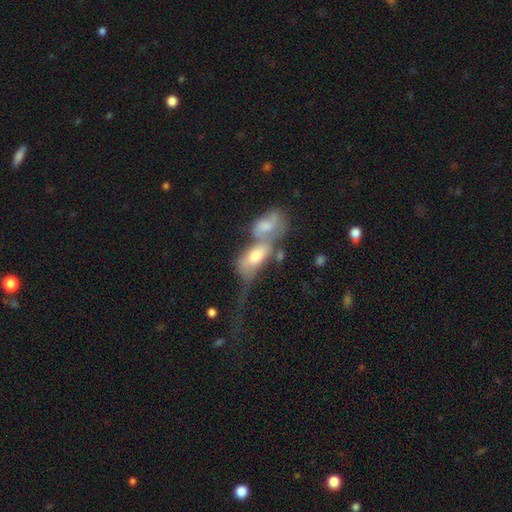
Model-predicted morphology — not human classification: The model was most divided on "smooth or featured": smooth: 53%, featured or disk: 37%, star or artifact: 10%. More confident: how rounded — in between (83%); merging — merger (68%).